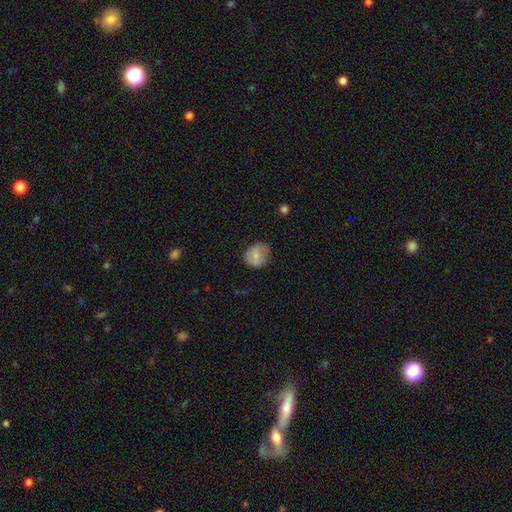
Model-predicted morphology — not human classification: type=smooth (72%); roundness=round (69%); merging=none (63%).